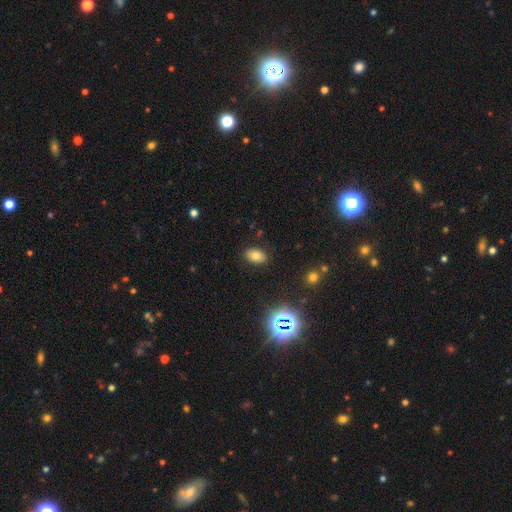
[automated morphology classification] smooth-or-featured: smooth: 74% | star or artifact: 15% | featured or disk: 11%
  how-rounded: in between: 86% | round: 12% | cigar-shaped: 1%
  merging: none: 87% | minor disturbance: 9% | major disturbance: 3% | merger: 1%